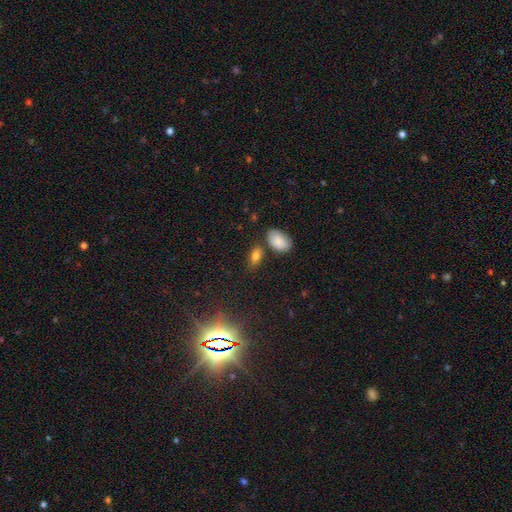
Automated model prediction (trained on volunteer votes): Morphology: type=smooth (81%); roundness=in between (88%); merging=none (70%).